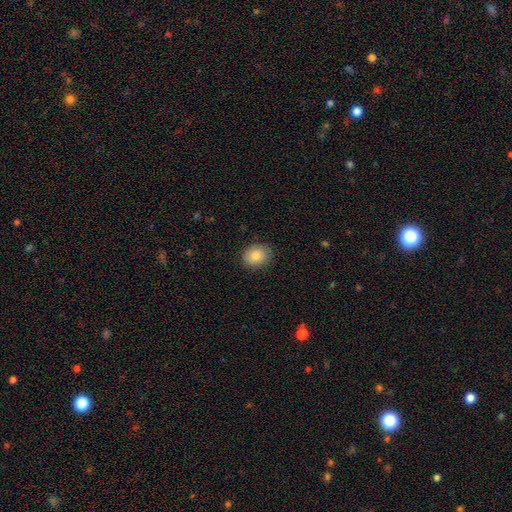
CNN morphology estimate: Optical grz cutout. It shows a smooth galaxy with no disk features (83%) that is round (55%). Merging: none (86%).